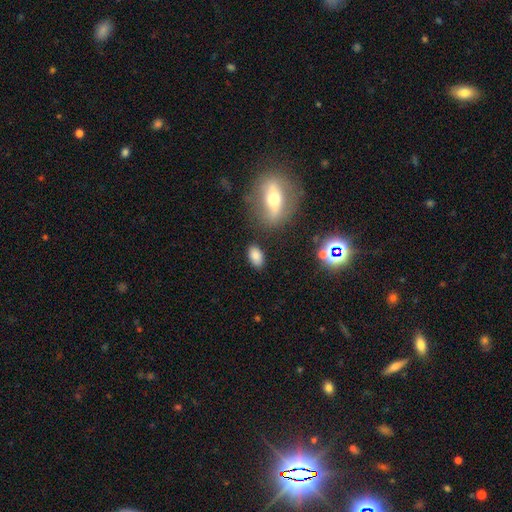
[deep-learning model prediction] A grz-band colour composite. It shows a smooth galaxy with no disk features (81%) that is in between round and cigar-shaped (90%). Merging: none (83%).